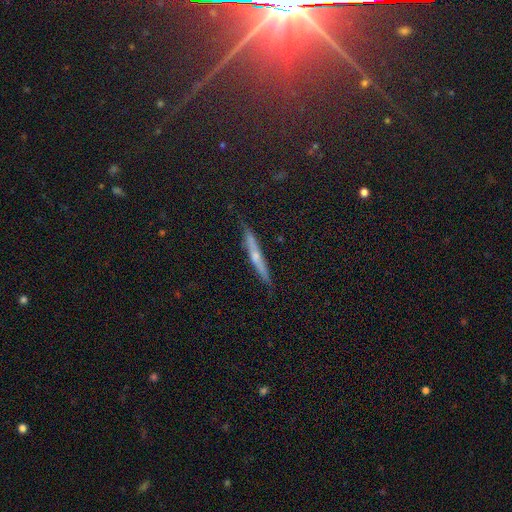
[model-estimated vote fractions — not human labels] This appears to be a featured or disk galaxy (54%) viewed edge-on (94%) with a rounded central bulge (65%). Merging: none (86%).